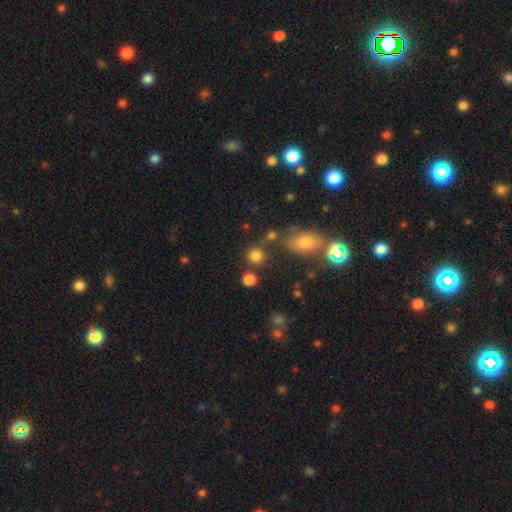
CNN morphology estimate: smooth 80%, star or artifact 14%, featured or disk 6%. Down the decision tree: how rounded — round (87%); merging — none (74%).